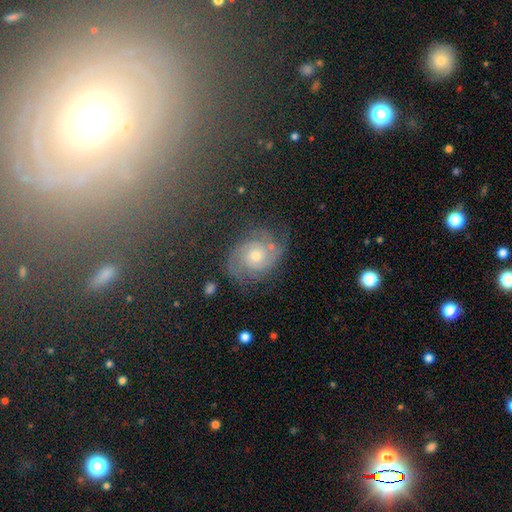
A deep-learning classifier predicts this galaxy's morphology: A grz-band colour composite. It shows a featured or disk galaxy (78%) with no bar (76%), 2 (51%) tight (56%) spiral arms (95%) and a moderate central bulge (51%). Merging: none (71%).